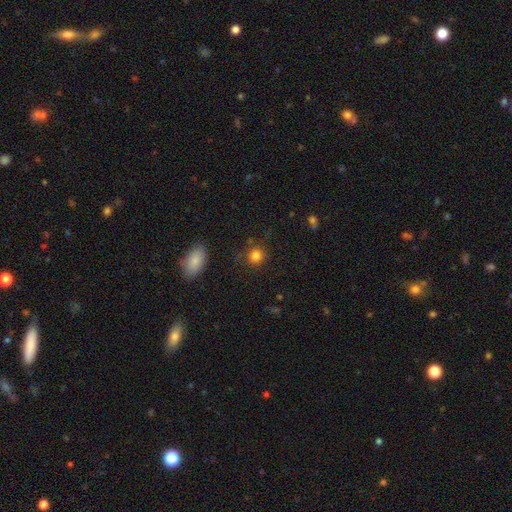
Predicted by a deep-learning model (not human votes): A smooth galaxy with no disk features (83%) that is round (87%). Merging: none (83%).